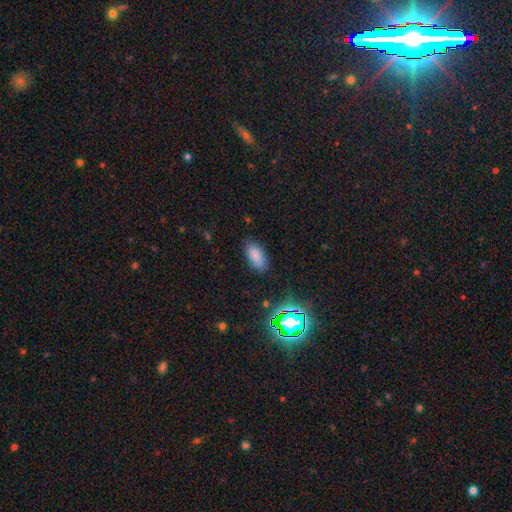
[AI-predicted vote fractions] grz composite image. It shows a smooth galaxy with no disk features (81%) that is in between round and cigar-shaped (91%). Merging: none (82%).